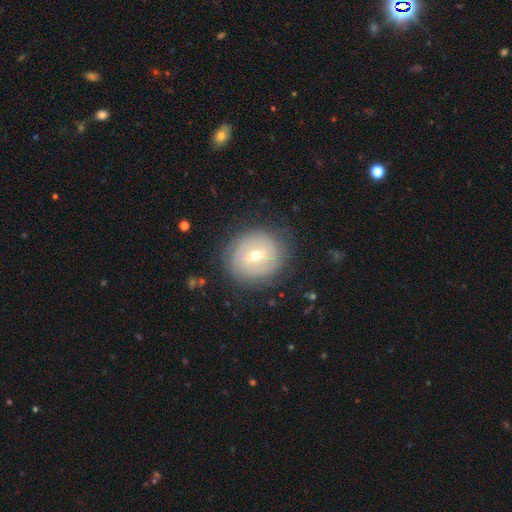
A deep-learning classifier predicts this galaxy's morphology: A featured or disk galaxy (58%) with a weak bar (48%), spiral arms (63%) and a moderate central bulge (53%).

Vote fractions:
- Smooth or featured? featured or disk: 58% / smooth: 33% / star or artifact: 9%
- Edge-on disk? no: 96% / yes: 4%
- Bar? weak: 48% / no: 36% / strong: 16%
- Spiral arms? yes: 63% / no: 37%
- Bulge size? moderate: 53% / small: 44% / large: 2% / dominant: 1% / none: 1%
- Merging? none: 81% / minor disturbance: 13% / major disturbance: 5% / merger: 1%